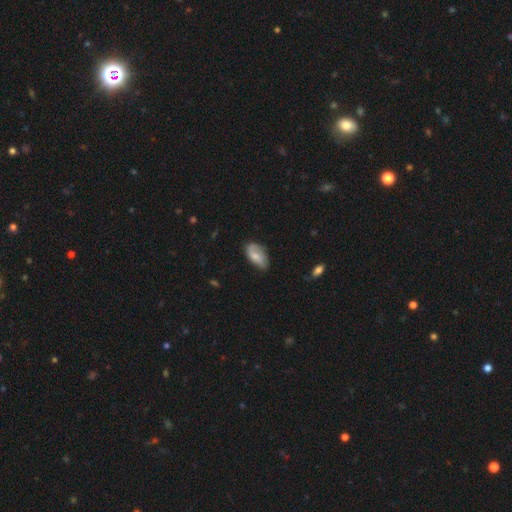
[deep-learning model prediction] Morphology: type=smooth (61%); roundness=in between (93%); merging=none (57%).